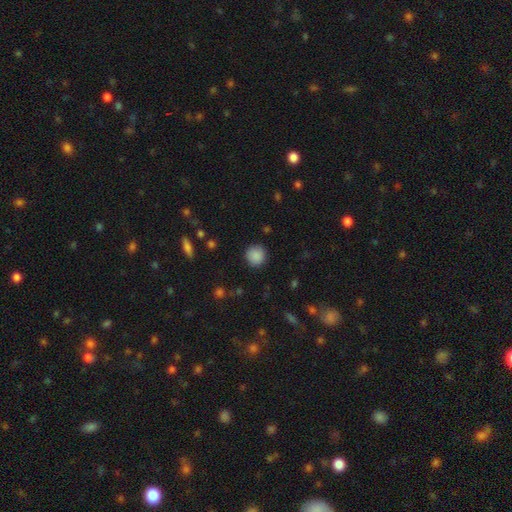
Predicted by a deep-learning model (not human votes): Q: Smooth or featured?
A: smooth (87%); runner-up: star or artifact (9%)
Q: How rounded?
A: round (92%); runner-up: in between (7%)
Q: Merging?
A: none (88%); runner-up: minor disturbance (8%)